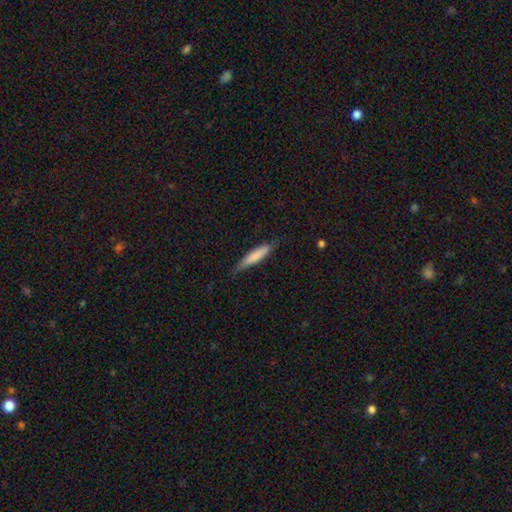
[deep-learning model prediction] Q: Smooth or featured?
A: smooth (72%); runner-up: featured or disk (22%)
Q: How rounded?
A: cigar-shaped (87%); runner-up: in between (12%)
Q: Merging?
A: none (77%); runner-up: minor disturbance (18%)